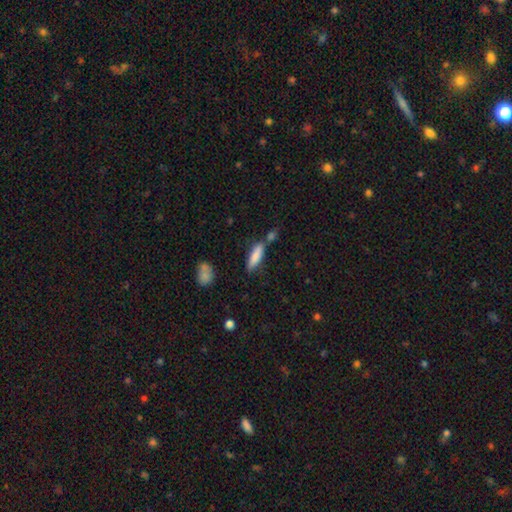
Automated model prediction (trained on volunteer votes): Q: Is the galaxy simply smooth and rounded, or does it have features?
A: smooth — 83%.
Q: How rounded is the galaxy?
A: cigar-shaped — 58%.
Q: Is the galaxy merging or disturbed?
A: none — 66%.